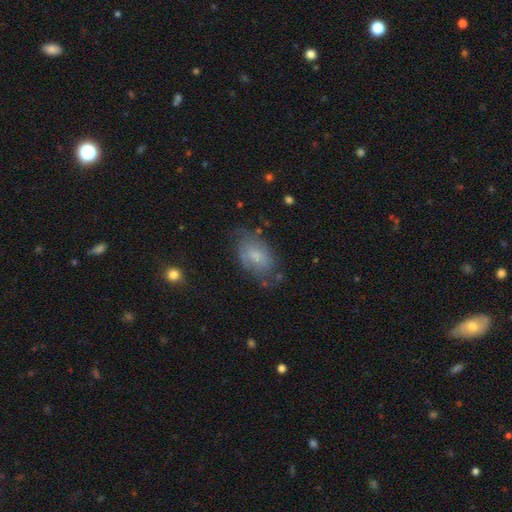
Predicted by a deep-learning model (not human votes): A smooth galaxy with no disk features (50%) that is in between round and cigar-shaped (90%).

Vote fractions:
- Smooth or featured? smooth: 50% / featured or disk: 41% / star or artifact: 9%
- How rounded? in between: 90% / round: 8% / cigar-shaped: 2%
- Merging? none: 59% / minor disturbance: 27% / major disturbance: 12% / merger: 3%